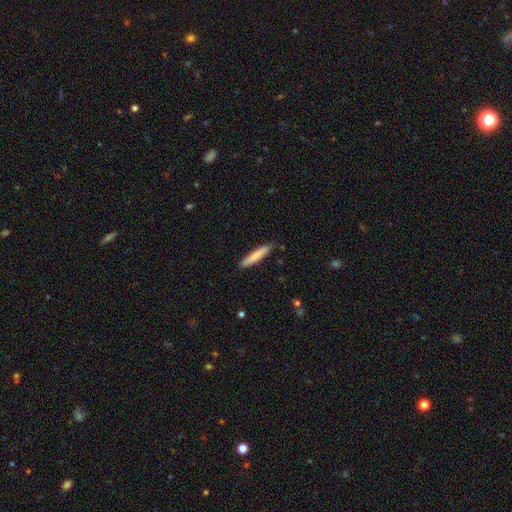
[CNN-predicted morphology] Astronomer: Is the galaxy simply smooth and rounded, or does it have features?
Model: smooth — 81%.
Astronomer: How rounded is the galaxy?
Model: cigar-shaped — 90%.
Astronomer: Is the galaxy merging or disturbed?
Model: none — 87%.